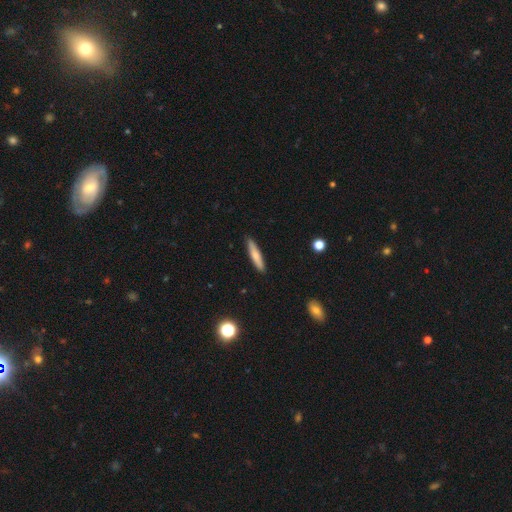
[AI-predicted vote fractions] A smooth galaxy with no disk features (69%) that is cigar-shaped (89%).

Vote fractions:
- Smooth or featured? smooth: 69% / featured or disk: 25% / star or artifact: 6%
- How rounded? cigar-shaped: 89% / in between: 9% / round: 1%
- Merging? none: 89% / minor disturbance: 8% / major disturbance: 1% / merger: 1%